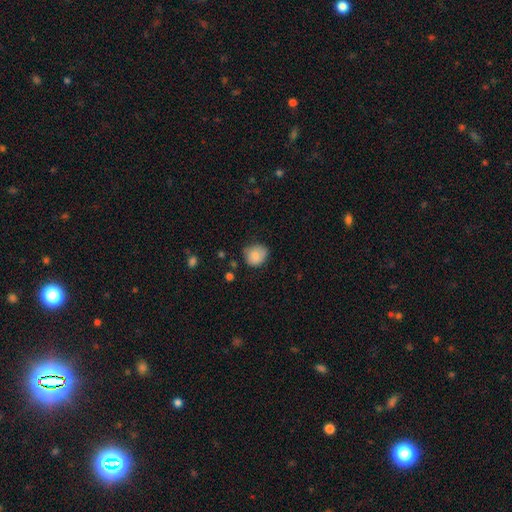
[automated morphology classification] type=smooth (84%); roundness=round (73%); merging=none (67%).